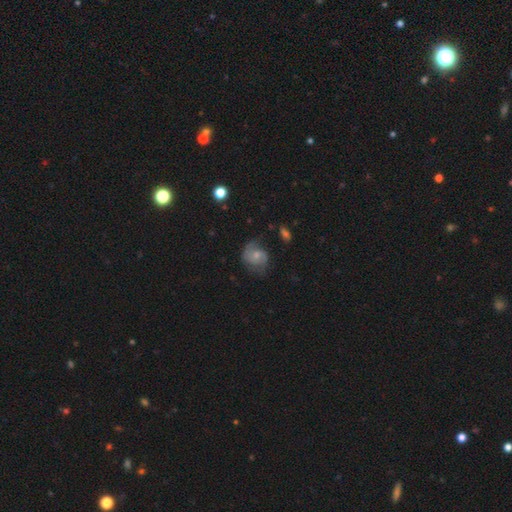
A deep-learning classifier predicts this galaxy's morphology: type=featured or disk (55%); edge-on=no (97%); bar=no (64%); spiral arms=yes (85%); bulge=moderate (43%); merging=none (53%).